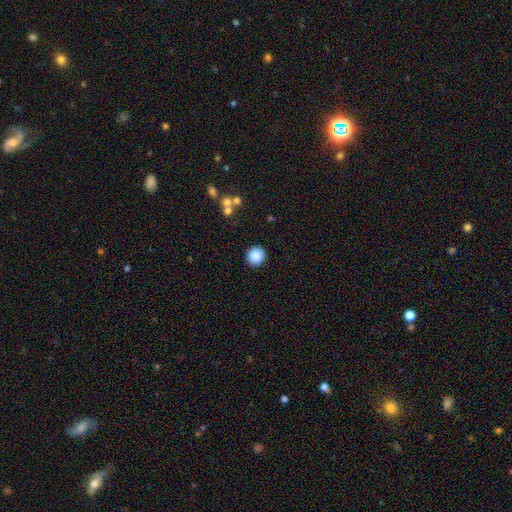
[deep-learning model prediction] Overall: smooth (88%). How rounded: round (92%). Merging: none (89%).